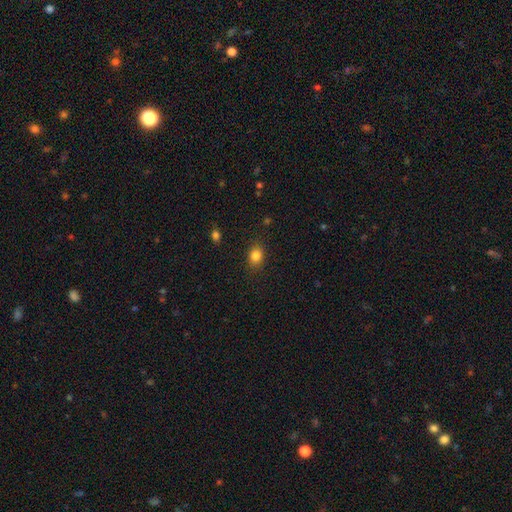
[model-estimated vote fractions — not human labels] smooth_or_featured: smooth (p=0.84) [alt: star or artifact p=0.11]
how_rounded: in between (p=0.54) [alt: round p=0.45]
merging: none (p=0.85) [alt: minor disturbance p=0.11]